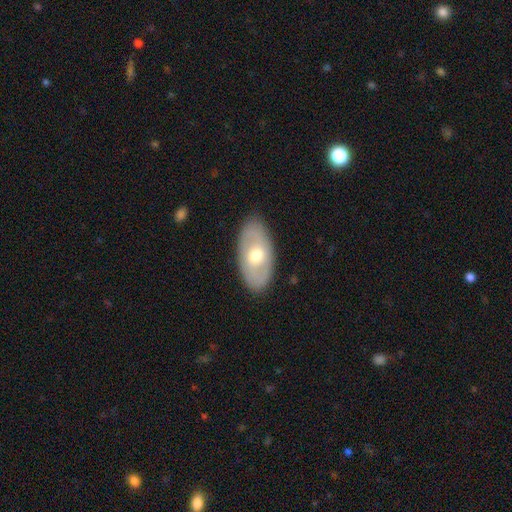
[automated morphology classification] Q: Smooth or featured?
A: smooth (49%); runner-up: featured or disk (46%)
Q: Merging?
A: none (86%); runner-up: minor disturbance (10%)